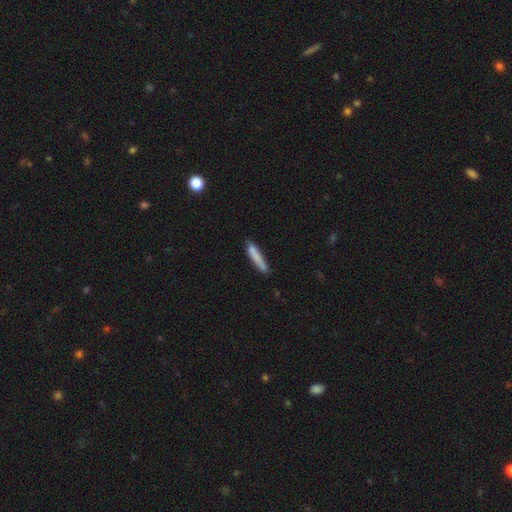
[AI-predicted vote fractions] Smooth or featured? Predicted: smooth (p=0.82). How rounded? Predicted: cigar-shaped (p=0.91). Merging? Predicted: none (p=0.80).